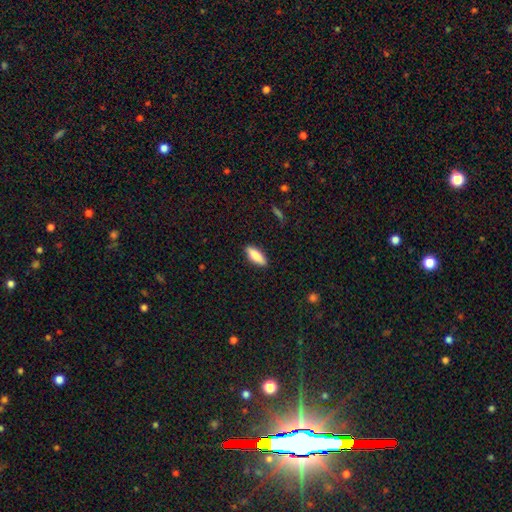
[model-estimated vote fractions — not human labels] A smooth galaxy with no disk features (83%) that is in between round and cigar-shaped (65%). Merging: none (88%).